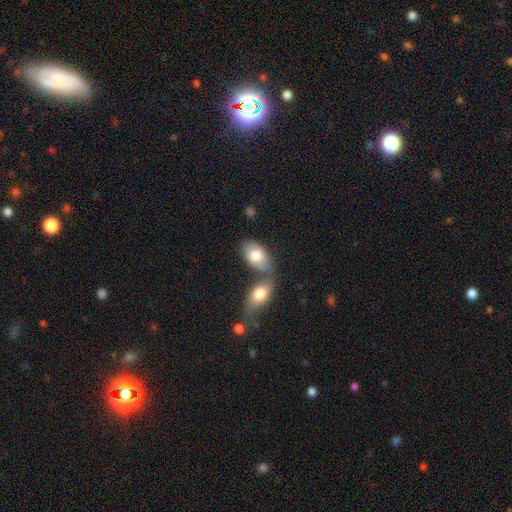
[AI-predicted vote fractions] A smooth galaxy with no disk features (78%) that is in between round and cigar-shaped (93%). Merging: none (44%).